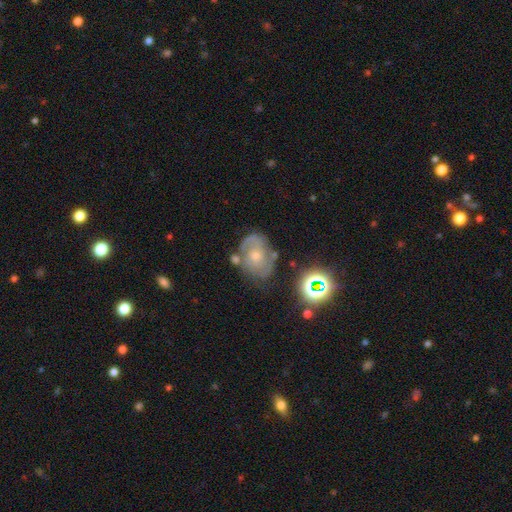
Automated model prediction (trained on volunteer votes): Overall: featured or disk (68%). Edge-on disk: no (97%). Bar: no (73%). Spiral arms: yes (86%). Spiral arm count: 2 (58%; can't tell 24%). Spiral winding: tight (47%; medium 41%). Bulge size: small (50%; moderate 44%). Merging: none (62%).